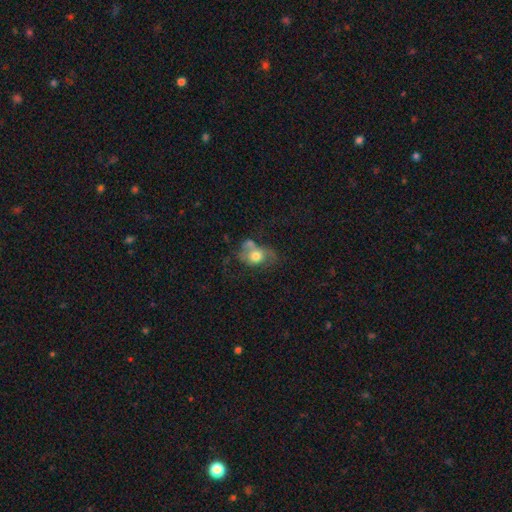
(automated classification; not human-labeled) A smooth galaxy with no disk features (61%) that is in between round and cigar-shaped (60%). Merging: merger (29%).